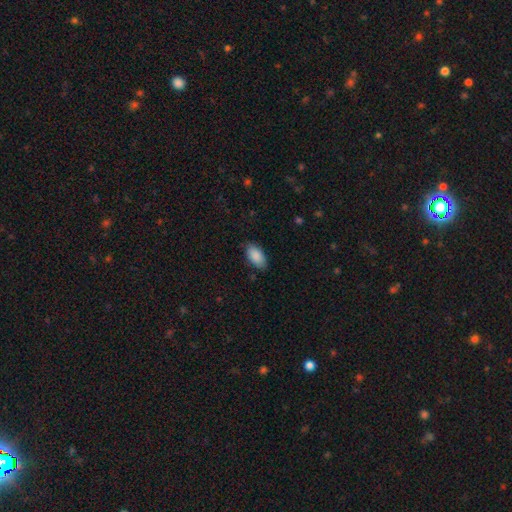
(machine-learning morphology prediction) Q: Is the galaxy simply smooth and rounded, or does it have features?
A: smooth — 89%.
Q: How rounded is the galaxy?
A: in between — 94%.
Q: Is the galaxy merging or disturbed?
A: none — 82%.